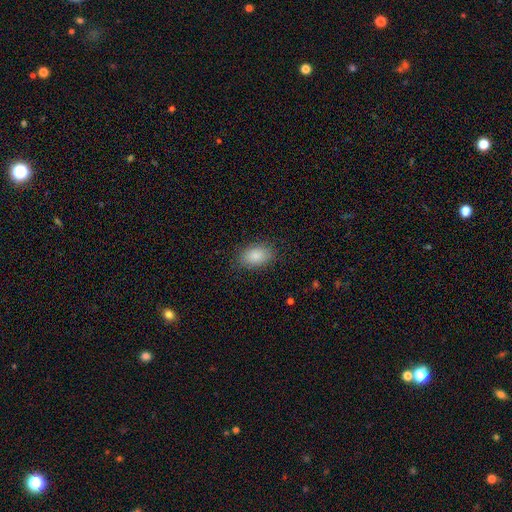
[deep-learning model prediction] A smooth galaxy with no disk features (87%) that is in between round and cigar-shaped (87%).

Vote fractions:
- Smooth or featured? smooth: 87% / star or artifact: 7% / featured or disk: 6%
- How rounded? in between: 87% / round: 11% / cigar-shaped: 1%
- Merging? none: 83% / minor disturbance: 12% / major disturbance: 4% / merger: 1%